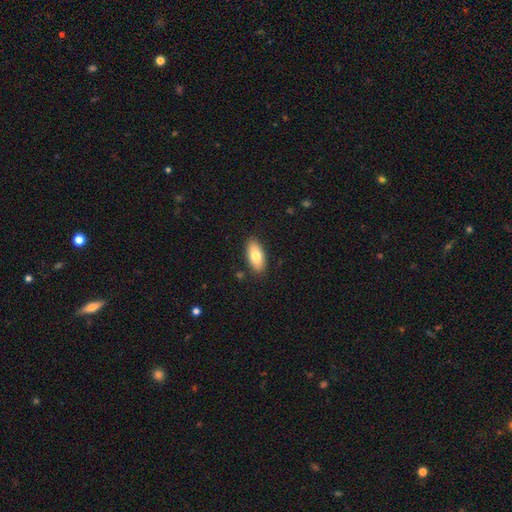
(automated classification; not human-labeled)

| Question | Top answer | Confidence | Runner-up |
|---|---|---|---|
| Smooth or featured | smooth | 76% | featured or disk (18%) |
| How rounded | in between | 90% | cigar-shaped (7%) |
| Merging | none | 88% | minor disturbance (9%) |